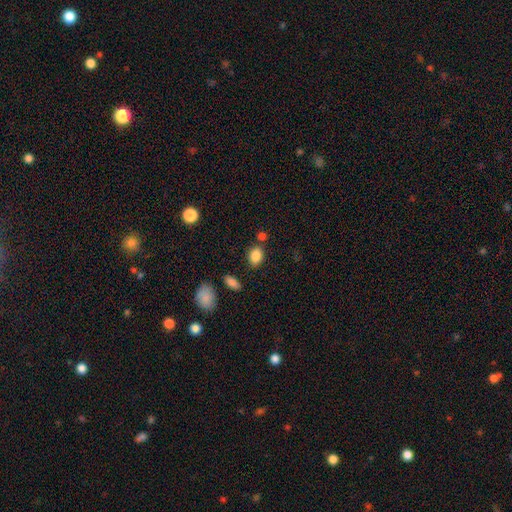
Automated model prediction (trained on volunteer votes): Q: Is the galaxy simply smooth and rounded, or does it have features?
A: smooth — 85%.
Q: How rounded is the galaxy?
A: in between — 74%.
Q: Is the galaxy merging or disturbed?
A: none — 74%.